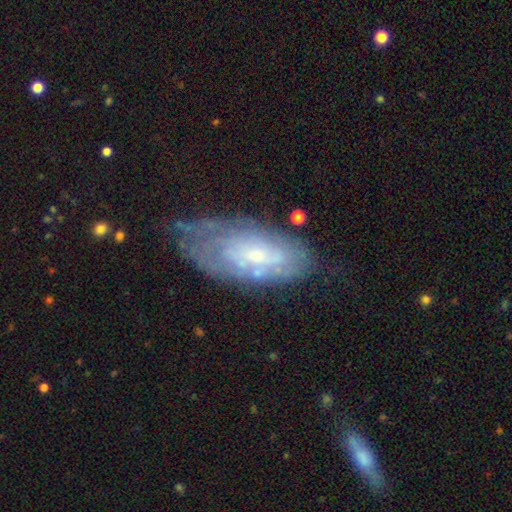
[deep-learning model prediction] A featured or disk galaxy (63%) with no bar (73%), spiral arms (64%) and a small central bulge (66%). Merging: none (54%).